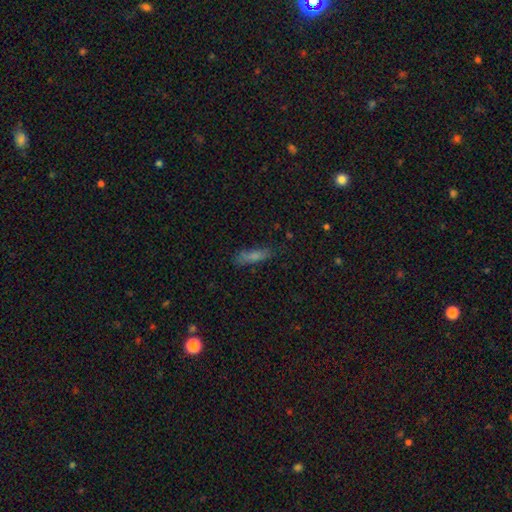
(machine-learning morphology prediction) type=smooth (73%); roundness=cigar-shaped (68%); merging=none (73%).